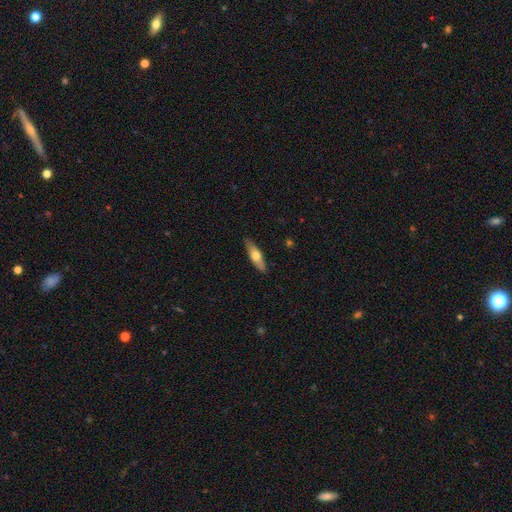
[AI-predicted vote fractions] This is possibly a smooth galaxy (54%). How rounded: likely cigar-shaped (61%). Merging: clearly none (87%).